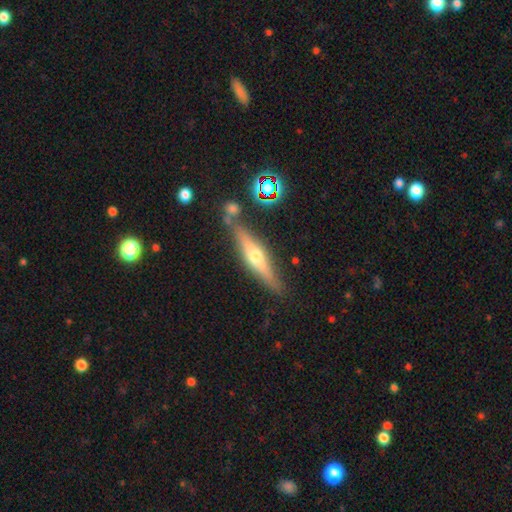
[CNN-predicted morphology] A featured or disk galaxy (62%) viewed edge-on (93%) with a rounded central bulge (88%).

Vote fractions:
- Smooth or featured? featured or disk: 62% / smooth: 28% / star or artifact: 10%
- Edge-on disk? yes: 93% / no: 7%
- Edge-on bulge? rounded: 88% / none: 7% / boxy: 5%
- Merging? none: 79% / minor disturbance: 12% / merger: 6% / major disturbance: 3%